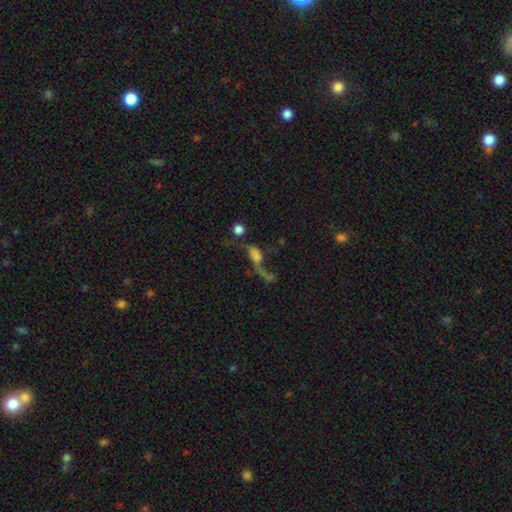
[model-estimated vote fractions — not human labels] smooth-or-featured: featured or disk: 47% | smooth: 35% | star or artifact: 18%
  merging: major disturbance: 40% | none: 26% | merger: 21% | minor disturbance: 13%